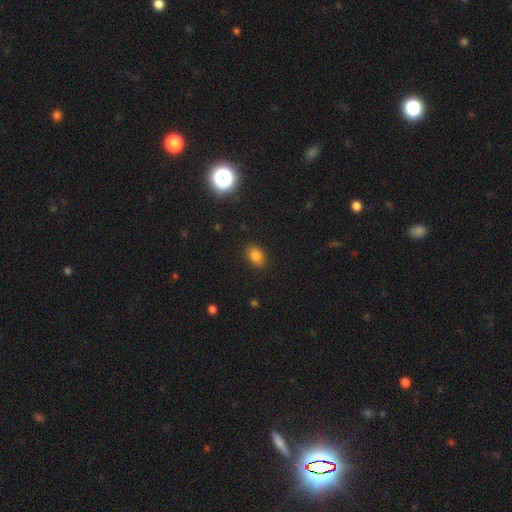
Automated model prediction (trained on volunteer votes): Morphology: type=smooth (81%); roundness=in between (80%); merging=none (86%).